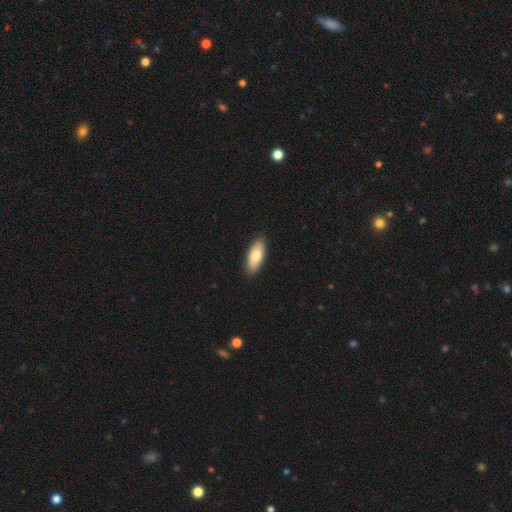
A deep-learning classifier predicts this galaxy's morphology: A smooth galaxy with no disk features (78%) that is in between round and cigar-shaped (81%). Merging: none (89%).